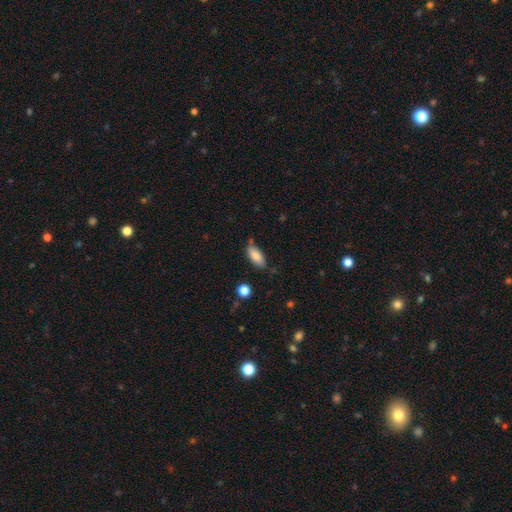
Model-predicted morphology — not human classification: smooth_or_featured: smooth (p=0.83) [alt: featured or disk p=0.10]
how_rounded: in between (p=0.80) [alt: cigar-shaped p=0.18]
merging: none (p=0.69) [alt: minor disturbance p=0.23]